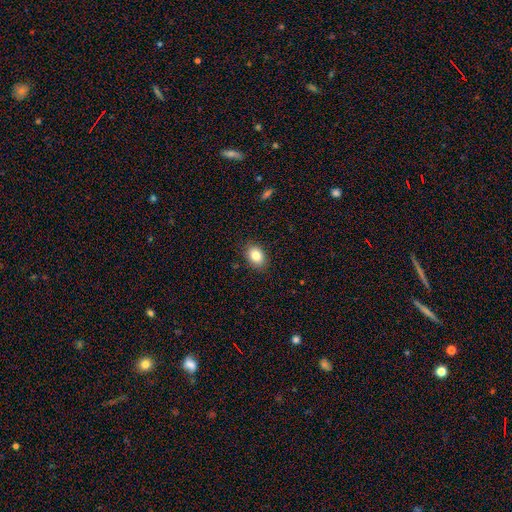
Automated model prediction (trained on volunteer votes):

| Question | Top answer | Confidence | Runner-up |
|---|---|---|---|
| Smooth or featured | smooth | 83% | star or artifact (9%) |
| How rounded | in between | 74% | round (25%) |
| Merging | none | 87% | minor disturbance (10%) |